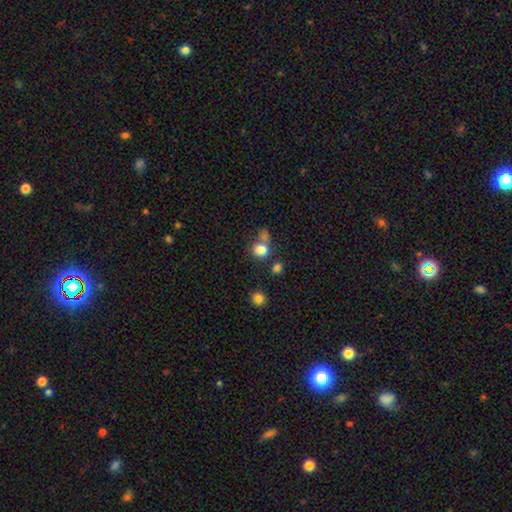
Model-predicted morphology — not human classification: Smooth or featured: smooth — 80% (star or artifact — 13%)
How rounded: round — 76% (in between — 23%)
Merging: none — 52% (merger — 29%)